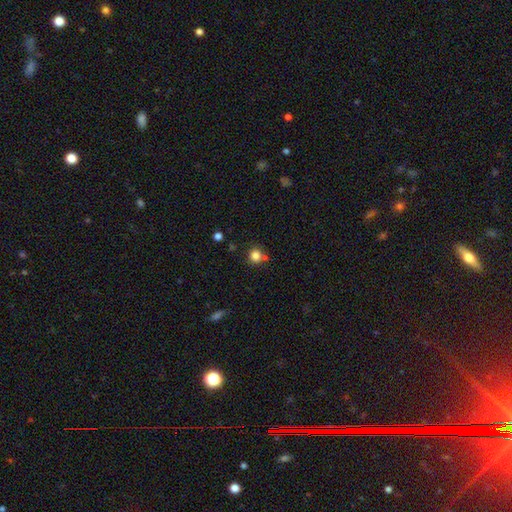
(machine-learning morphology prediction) type=smooth (82%); roundness=round (91%); merging=none (72%).